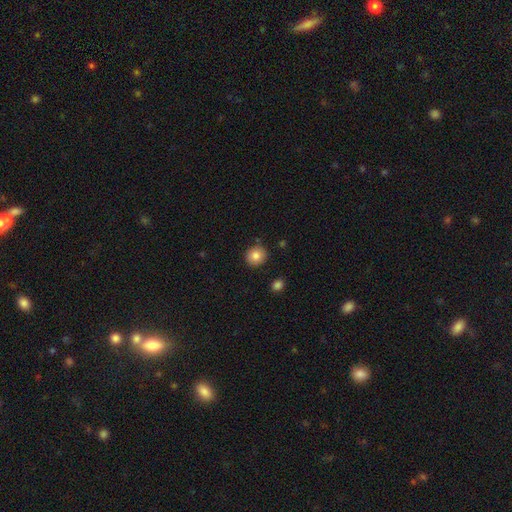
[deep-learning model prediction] Morphology: type=smooth (85%); roundness=round (90%); merging=none (87%).